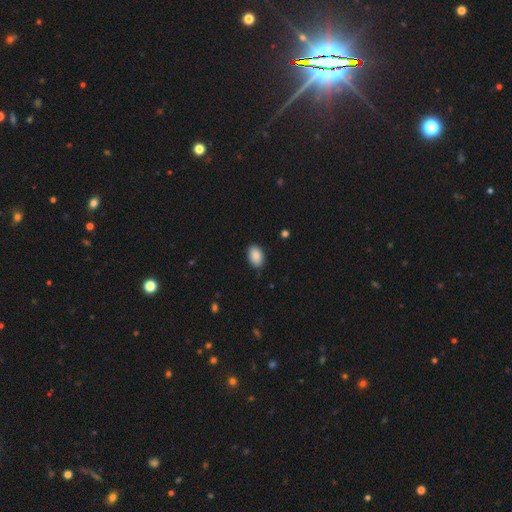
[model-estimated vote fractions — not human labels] The model was most divided on "merging": none: 85%, minor disturbance: 11%, major disturbance: 2%, merger: 1%. More confident: how rounded — in between (88%); smooth or featured — smooth (87%).